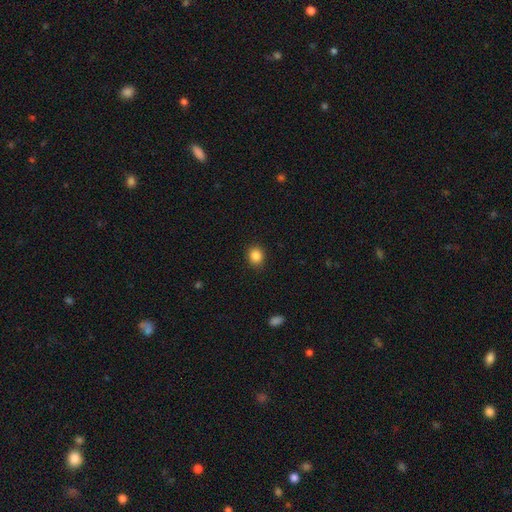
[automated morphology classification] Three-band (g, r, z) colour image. It shows a smooth galaxy with no disk features (86%) that is round (75%). Merging: none (89%).